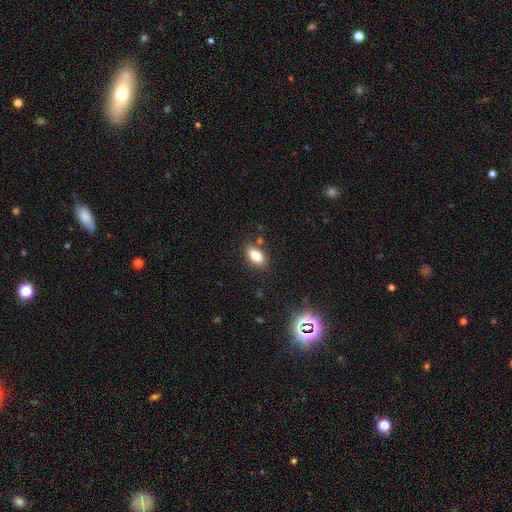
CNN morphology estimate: type=smooth (81%); roundness=in between (89%); merging=none (83%).